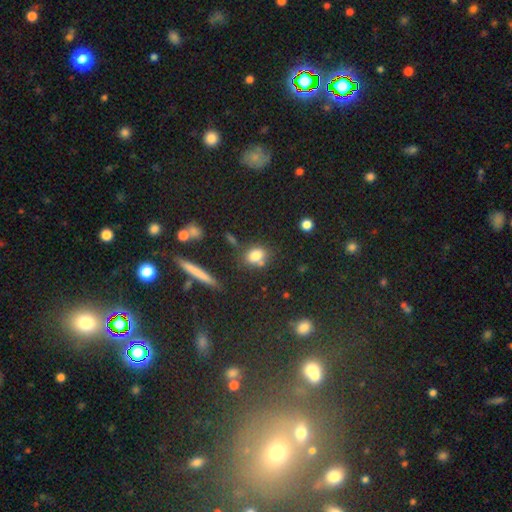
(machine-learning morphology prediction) Overall: smooth (77%). How rounded: in between (48%, tied with round). Merging: none (65%).